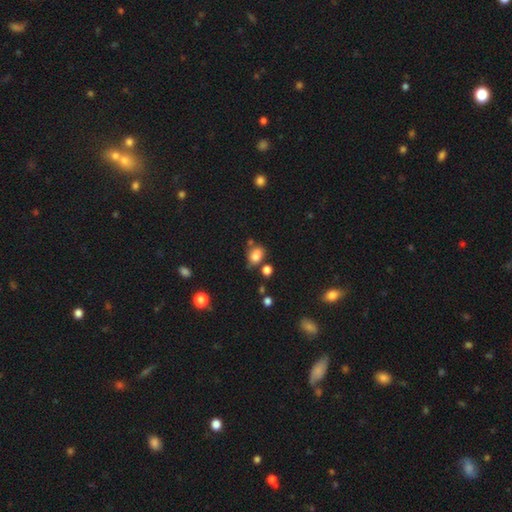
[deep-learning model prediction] The model was most divided on "merging": none: 52%, minor disturbance: 23%, merger: 17%, major disturbance: 8%. More confident: smooth or featured — smooth (78%); how rounded — in between (68%).